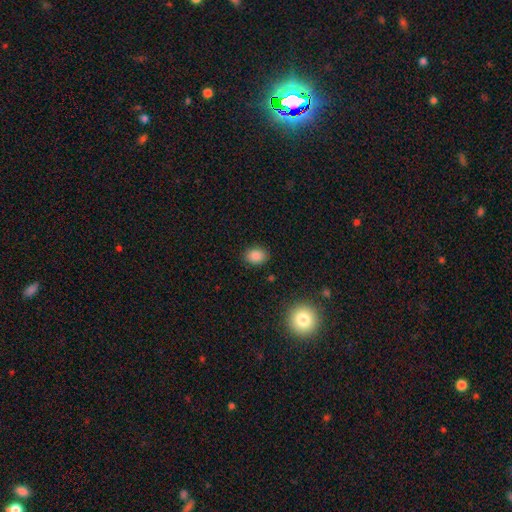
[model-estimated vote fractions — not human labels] A smooth galaxy with no disk features (85%) that is in between round and cigar-shaped (63%). Merging: none (87%).